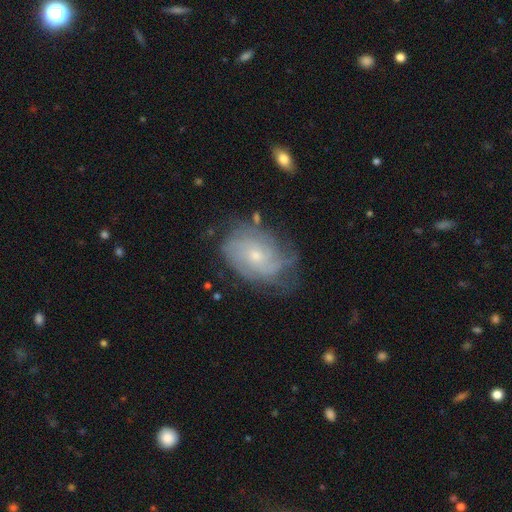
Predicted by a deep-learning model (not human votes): Smooth or featured? featured or disk (72%)
Edge-on disk? no (96%)
Bar? no (76%)
Spiral arms? yes (87%)
Spiral winding? tight (57%)
Spiral arm count? can't tell (50%)
Bulge size? small (67%)
Merging? none (60%)